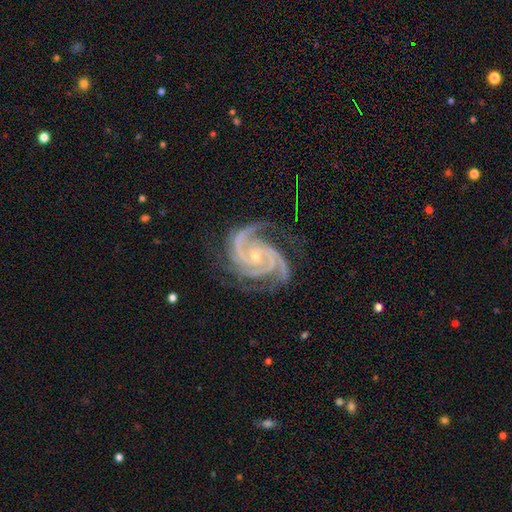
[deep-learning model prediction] This appears to be a featured or disk galaxy (94%) with no bar (68%), 3 (53%) tight (53%) spiral arms (99%) and a small central bulge (73%). Merging: none (70%).